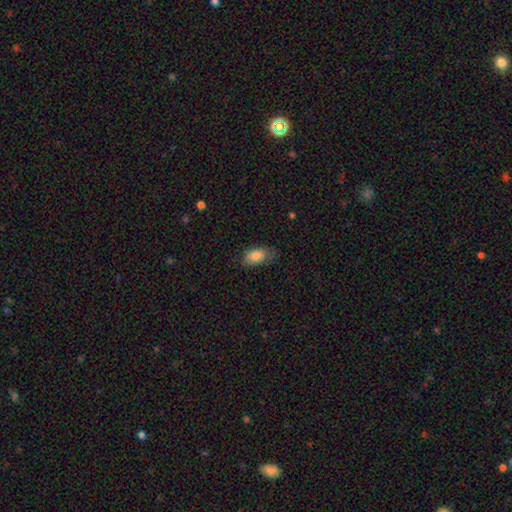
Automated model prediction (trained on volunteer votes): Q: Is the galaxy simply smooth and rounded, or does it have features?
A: smooth — 84%.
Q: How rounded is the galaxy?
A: in between — 91%.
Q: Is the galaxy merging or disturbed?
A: none — 66%.